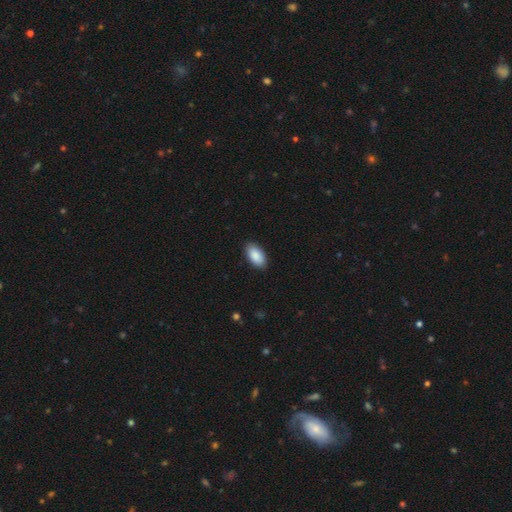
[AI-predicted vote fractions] smooth_or_featured: smooth (p=0.90) [alt: star or artifact p=0.06]
how_rounded: in between (p=0.95) [alt: round p=0.02]
merging: none (p=0.89) [alt: minor disturbance p=0.09]